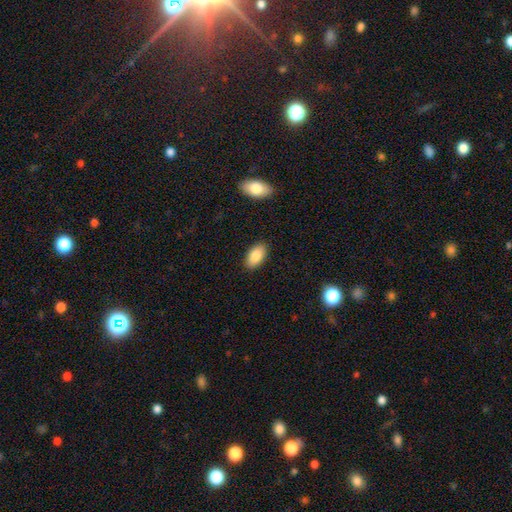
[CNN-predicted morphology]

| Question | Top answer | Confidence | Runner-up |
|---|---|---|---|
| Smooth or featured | smooth | 86% | featured or disk (7%) |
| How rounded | in between | 94% | round (3%) |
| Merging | none | 88% | minor disturbance (9%) |